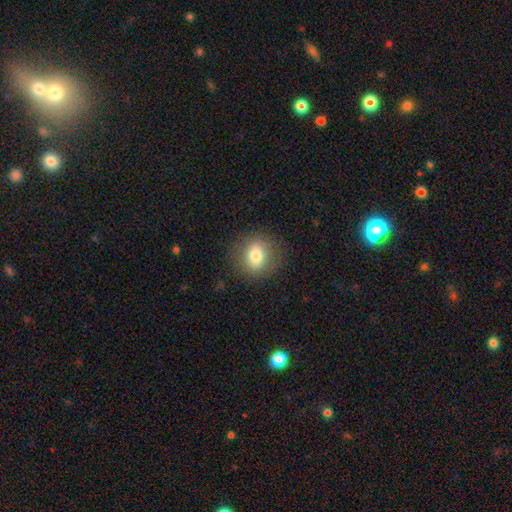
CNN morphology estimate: A smooth galaxy with no disk features (76%) that is round (64%).

Vote fractions:
- Smooth or featured? smooth: 76% / featured or disk: 15% / star or artifact: 9%
- How rounded? round: 64% / in between: 34% / cigar-shaped: 2%
- Merging? none: 85% / minor disturbance: 10% / major disturbance: 4% / merger: 1%